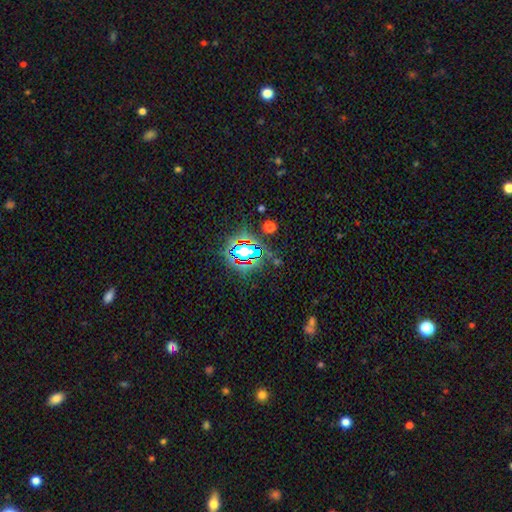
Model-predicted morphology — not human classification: A star or artifact, not a galaxy (78%).